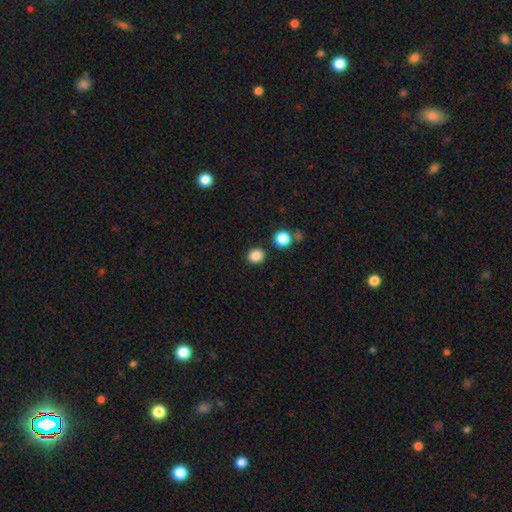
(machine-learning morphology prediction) Smooth or featured? smooth (86%)
How rounded? round (79%)
Merging? none (87%)